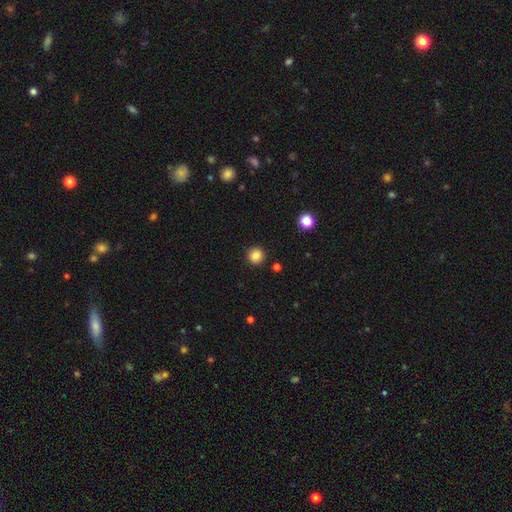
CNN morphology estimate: Smooth or featured?
  - smooth: 85% *
  - star or artifact: 11%
  - featured or disk: 4%
How rounded?
  - round: 93% *
  - in between: 6%
  - cigar-shaped: 1%
Merging?
  - none: 91% *
  - minor disturbance: 6%
  - major disturbance: 2%
  - merger: 1%